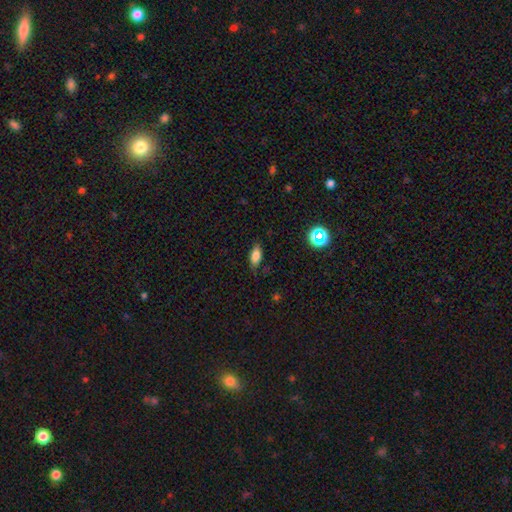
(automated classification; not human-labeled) smooth-or-featured: smooth: 79% | star or artifact: 11% | featured or disk: 10%
  how-rounded: in between: 83% | cigar-shaped: 12% | round: 5%
  merging: none: 77% | minor disturbance: 17% | major disturbance: 4% | merger: 1%